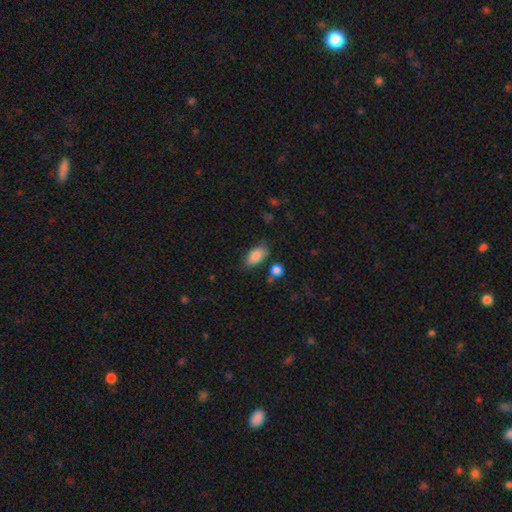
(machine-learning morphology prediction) Smooth or featured? Predicted: smooth (p=0.87). How rounded? Predicted: in between (p=0.92). Merging? Predicted: none (p=0.74).